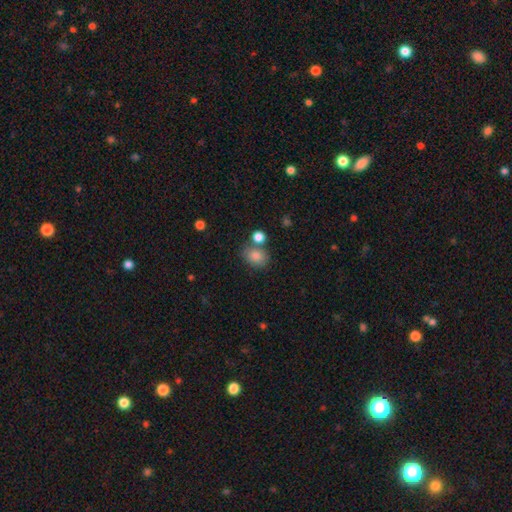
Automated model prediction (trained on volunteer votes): Overall: smooth (83%). How rounded: in between (50%; round 48%). Merging: none (64%).